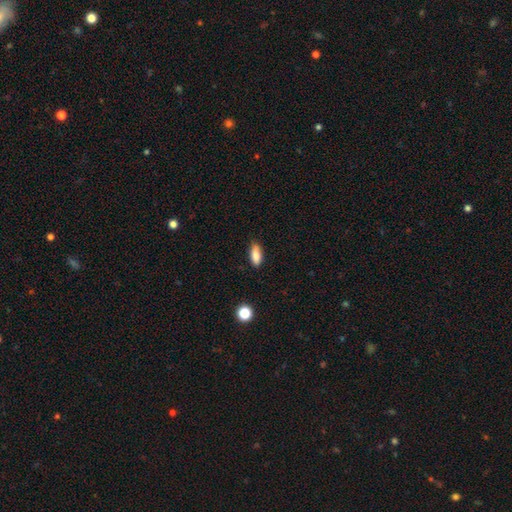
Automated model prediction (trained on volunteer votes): smooth-or-featured: smooth: 86% | star or artifact: 8% | featured or disk: 6%
  how-rounded: in between: 79% | cigar-shaped: 18% | round: 3%
  merging: none: 80% | minor disturbance: 16% | major disturbance: 3% | merger: 1%